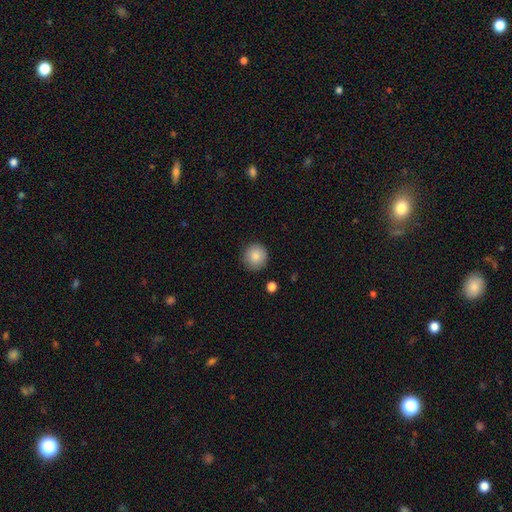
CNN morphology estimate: Overall: smooth (87%). How rounded: round (94%). Merging: none (89%).